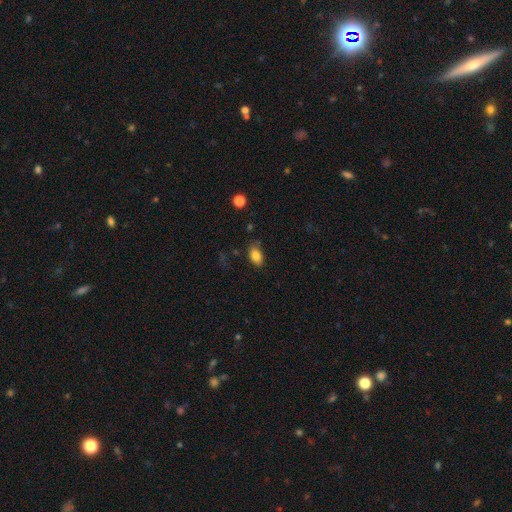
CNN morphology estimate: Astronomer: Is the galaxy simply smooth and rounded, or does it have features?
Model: smooth — 83%.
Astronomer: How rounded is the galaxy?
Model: in between — 89%.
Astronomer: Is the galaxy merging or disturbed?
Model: none — 74%.